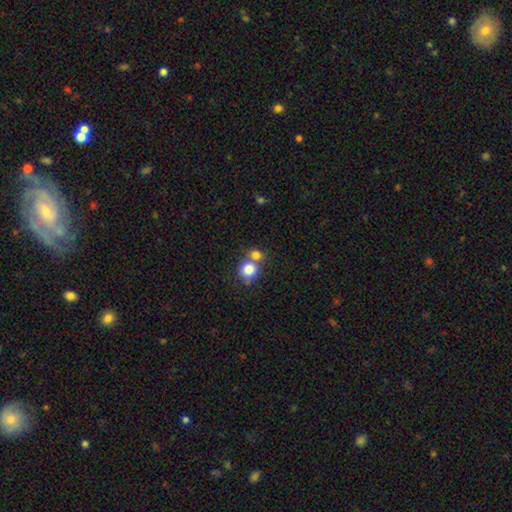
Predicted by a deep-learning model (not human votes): Q: Smooth or featured?
A: smooth (80%); runner-up: star or artifact (10%)
Q: How rounded?
A: round (78%); runner-up: in between (21%)
Q: Merging?
A: merger (47%); runner-up: none (42%)